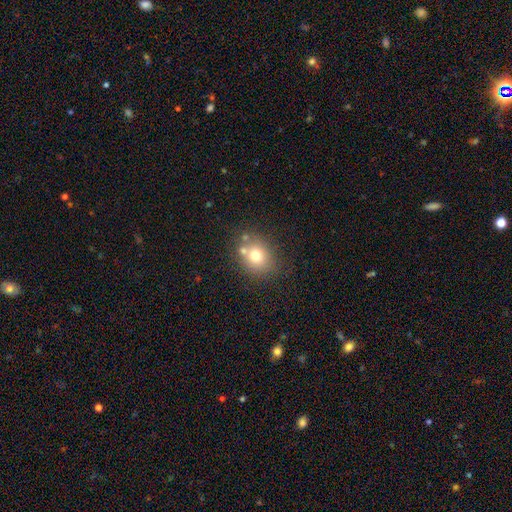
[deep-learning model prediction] This appears to be a smooth galaxy with no disk features (70%) that is round (67%). Merging: none (65%).